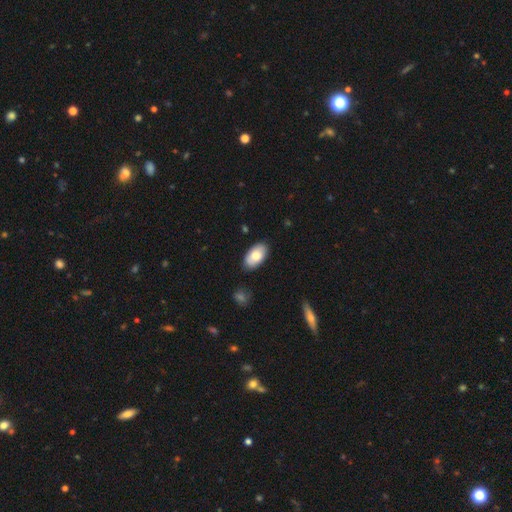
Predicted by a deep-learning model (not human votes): The model was most divided on "smooth or featured": smooth: 78%, featured or disk: 16%, star or artifact: 6%. More confident: how rounded — in between (95%); merging — none (86%).